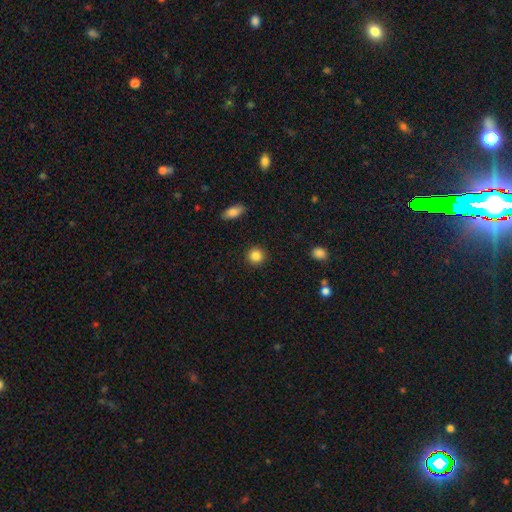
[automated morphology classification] type=smooth (86%); roundness=round (92%); merging=none (92%).